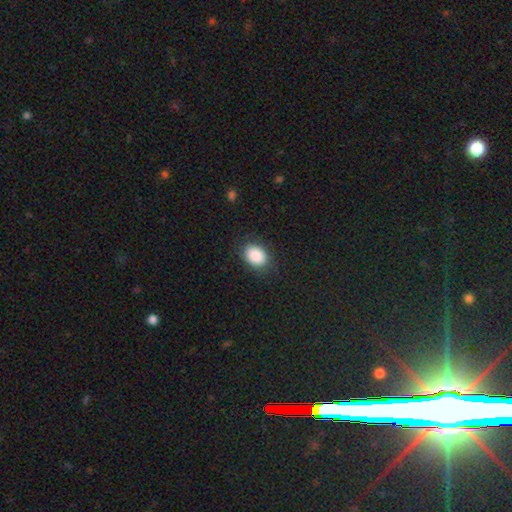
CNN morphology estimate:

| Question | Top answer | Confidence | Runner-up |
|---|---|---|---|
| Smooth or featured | smooth | 88% | star or artifact (8%) |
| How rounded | in between | 70% | round (29%) |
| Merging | none | 86% | minor disturbance (10%) |